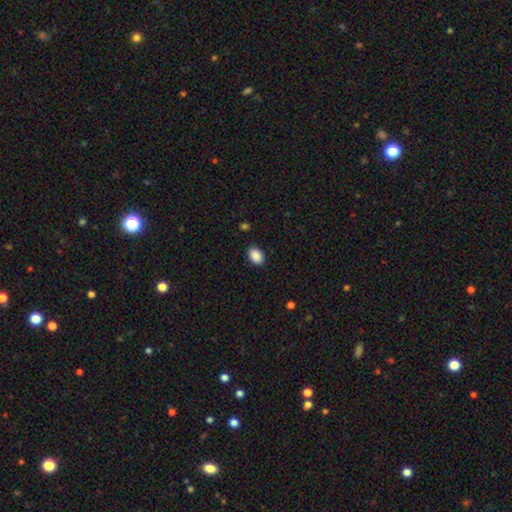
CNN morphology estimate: smooth 90%, star or artifact 8%, featured or disk 3%. Down the decision tree: how rounded — in between (83%); merging — none (89%).